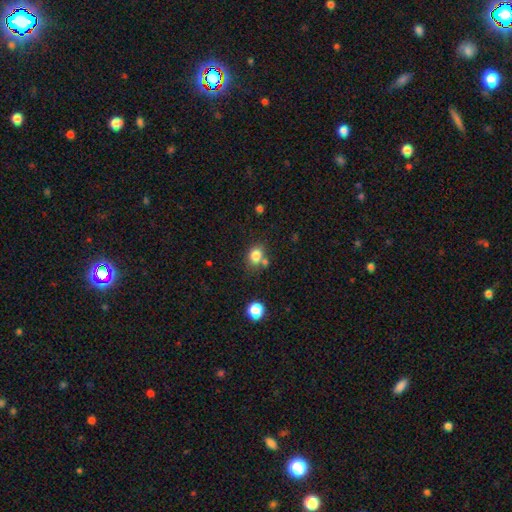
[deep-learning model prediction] This is clearly a smooth galaxy (82%). How rounded: possibly in between (54%). Merging: likely none (63%).